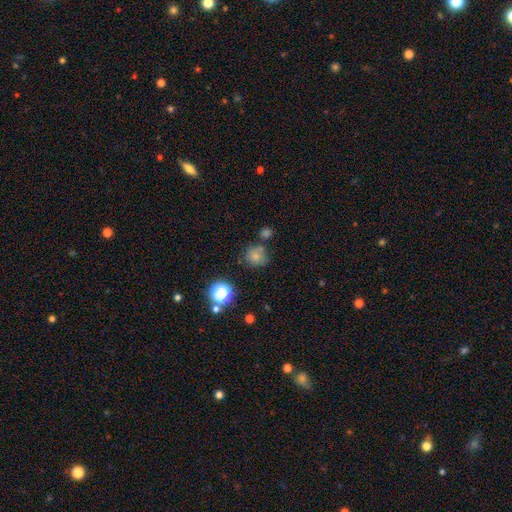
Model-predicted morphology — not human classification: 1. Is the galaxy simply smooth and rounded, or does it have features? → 74% smooth, 17% star or artifact, 9% featured or disk.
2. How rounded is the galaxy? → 86% round, 13% in between, 1% cigar-shaped.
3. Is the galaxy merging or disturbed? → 65% none, 16% minor disturbance, 14% merger, 5% major disturbance.